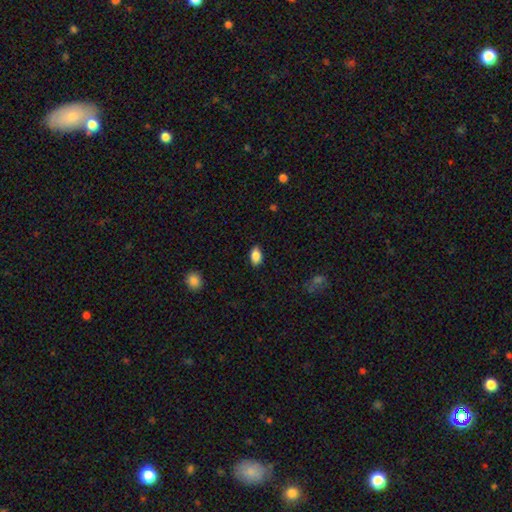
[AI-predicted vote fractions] A smooth galaxy with no disk features (87%) that is in between round and cigar-shaped (91%).

Vote fractions:
- Smooth or featured? smooth: 87% / star or artifact: 8% / featured or disk: 5%
- How rounded? in between: 91% / round: 7% / cigar-shaped: 2%
- Merging? none: 85% / minor disturbance: 12% / major disturbance: 2% / merger: 1%